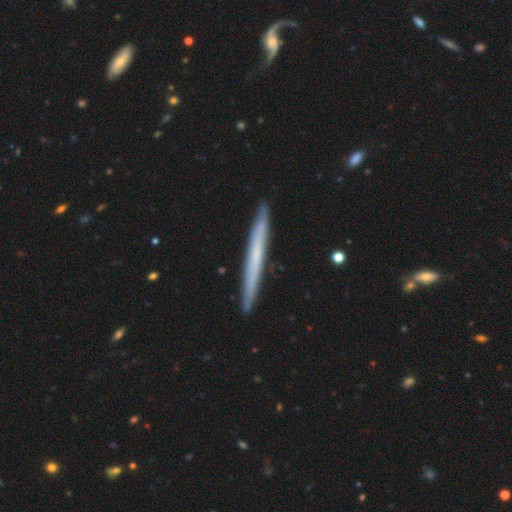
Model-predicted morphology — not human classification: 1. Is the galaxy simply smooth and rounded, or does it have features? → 48% featured or disk, 46% smooth, 6% star or artifact.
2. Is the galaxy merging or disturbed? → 91% none, 7% minor disturbance, 1% major disturbance, 1% merger.